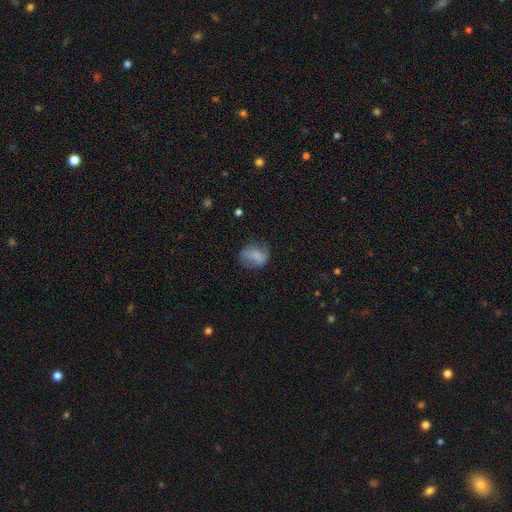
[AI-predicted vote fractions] This is likely a smooth galaxy (70%). How rounded: possibly in between (49%, tied with round). Merging: possibly none (57%).